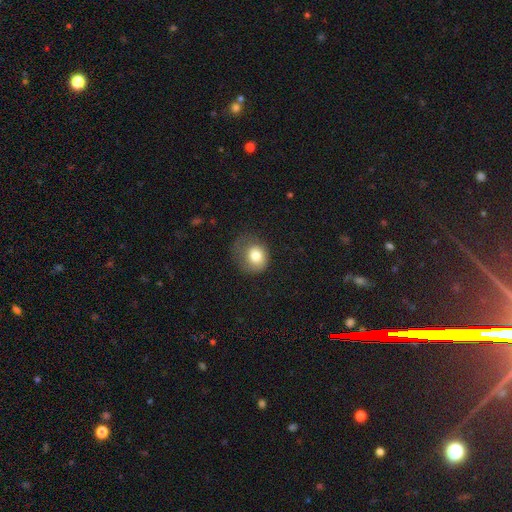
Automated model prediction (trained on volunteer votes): smooth-or-featured: smooth: 79% | featured or disk: 13% | star or artifact: 9%
  how-rounded: round: 69% | in between: 30% | cigar-shaped: 1%
  merging: none: 36% | major disturbance: 31% | minor disturbance: 31% | merger: 2%